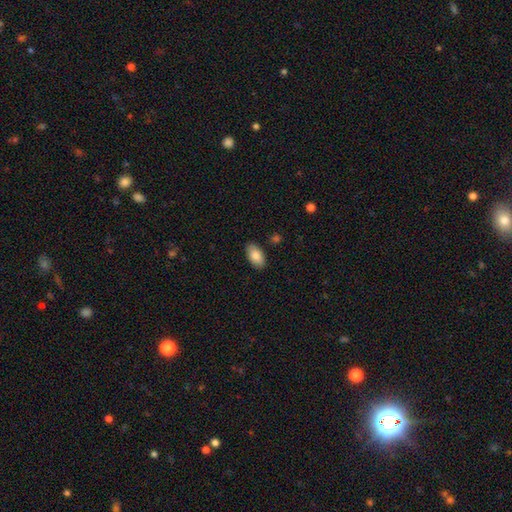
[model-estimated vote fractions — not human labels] Smooth or featured: smooth — 84% (featured or disk — 9%)
How rounded: in between — 94% (round — 3%)
Merging: none — 87% (minor disturbance — 9%)